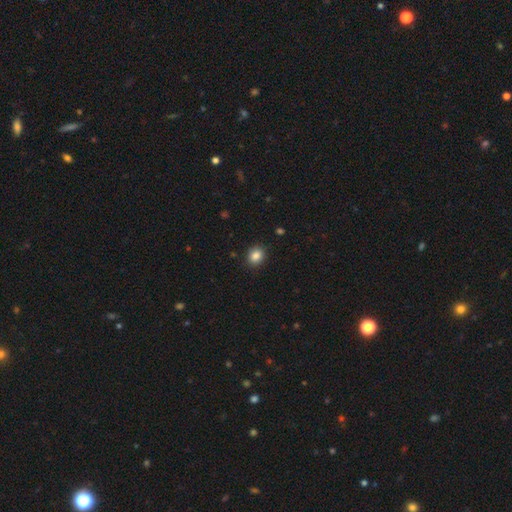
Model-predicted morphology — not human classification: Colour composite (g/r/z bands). It shows a smooth galaxy with no disk features (86%) that is round (62%). Merging: none (89%).